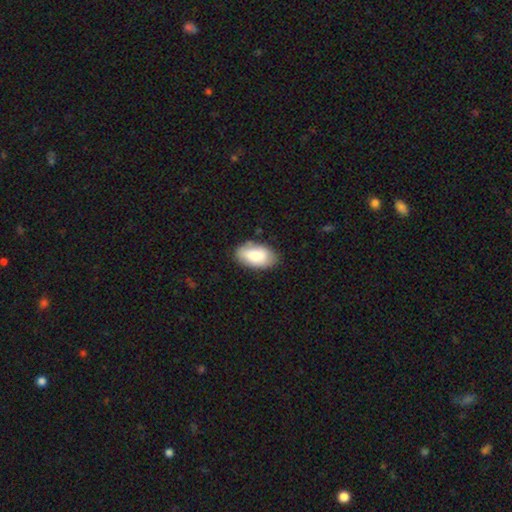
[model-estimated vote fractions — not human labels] smooth-or-featured: smooth: 84% | featured or disk: 10% | star or artifact: 6%
  how-rounded: in between: 95% | round: 3% | cigar-shaped: 2%
  merging: none: 78% | minor disturbance: 17% | major disturbance: 3% | merger: 2%